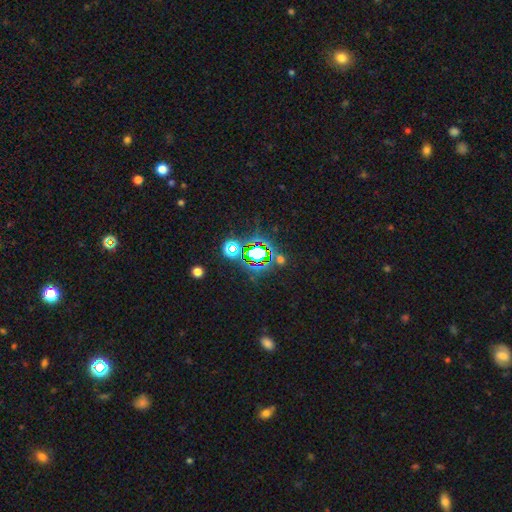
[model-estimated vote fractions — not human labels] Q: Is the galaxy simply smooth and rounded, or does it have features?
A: star or artifact — 74%.